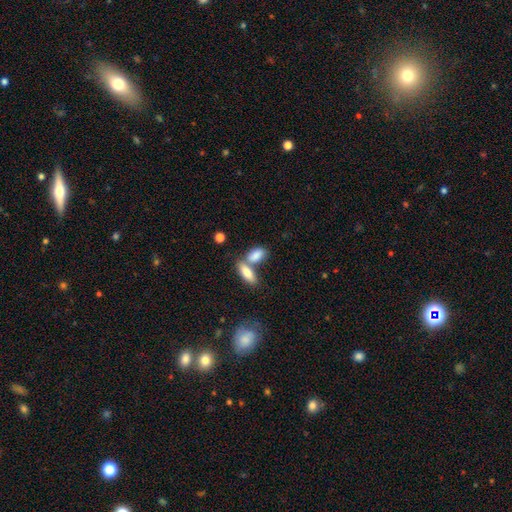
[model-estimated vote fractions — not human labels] smooth_or_featured: smooth (p=0.83) [alt: featured or disk p=0.10]
how_rounded: in between (p=0.85) [alt: cigar-shaped p=0.11]
merging: merger (p=0.48) [alt: none p=0.38]